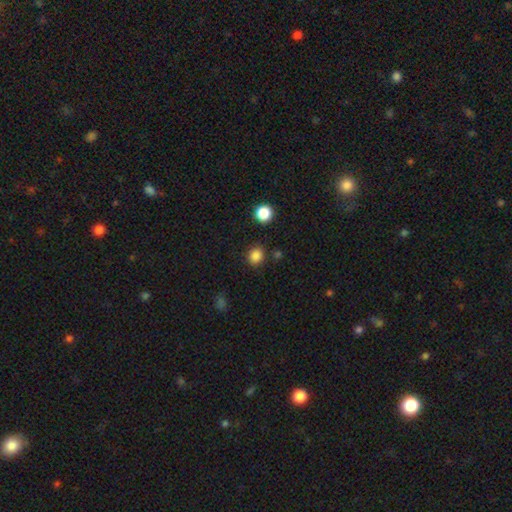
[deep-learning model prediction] This is clearly a smooth galaxy (84%). How rounded: likely round (77%). Merging: clearly none (86%).